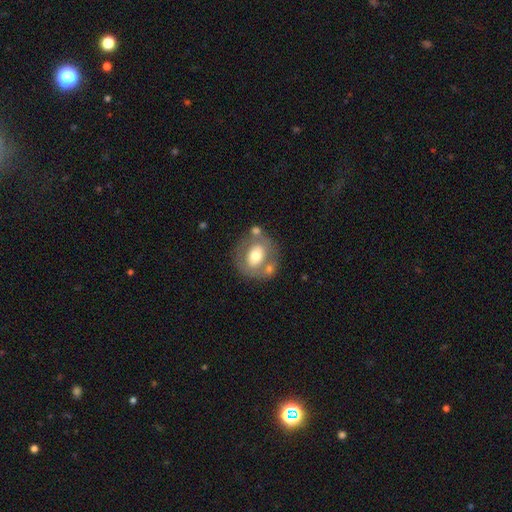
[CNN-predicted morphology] The model was most divided on "smooth or featured": smooth: 54%, featured or disk: 38%, star or artifact: 7%. More confident: how rounded — round (67%); merging — none (59%).